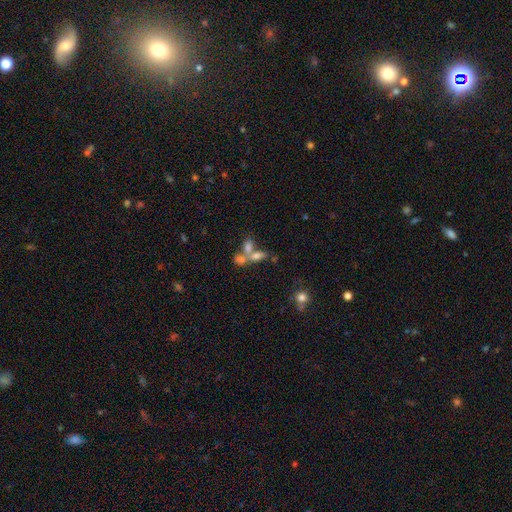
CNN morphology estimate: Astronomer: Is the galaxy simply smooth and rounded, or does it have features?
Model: smooth — 62%.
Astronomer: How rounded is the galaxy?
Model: in between — 75%.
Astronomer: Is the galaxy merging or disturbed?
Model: merger — 55%.